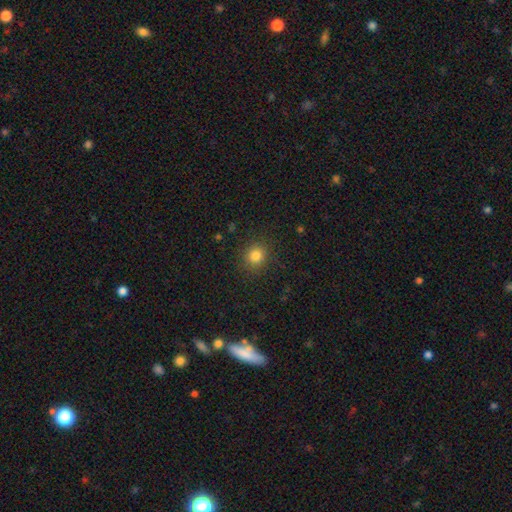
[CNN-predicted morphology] smooth_or_featured: smooth (p=0.81) [alt: star or artifact p=0.14]
how_rounded: round (p=0.87) [alt: in between p=0.12]
merging: none (p=0.89) [alt: minor disturbance p=0.07]